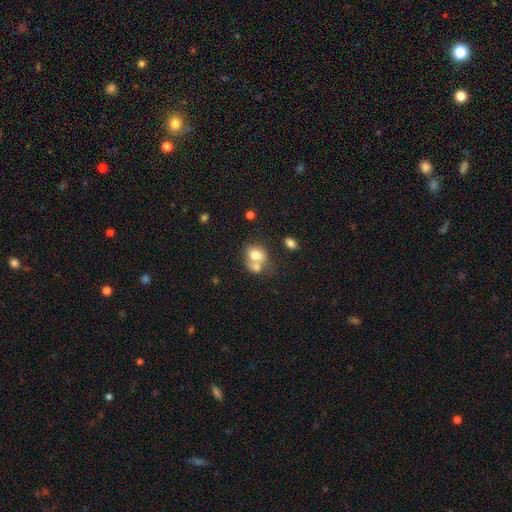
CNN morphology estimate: Smooth or featured?
  - smooth: 73% *
  - featured or disk: 17%
  - star or artifact: 9%
How rounded?
  - in between: 54% *
  - round: 45%
  - cigar-shaped: 1%
Merging?
  - merger: 59% *
  - none: 26%
  - minor disturbance: 10%
  - major disturbance: 5%